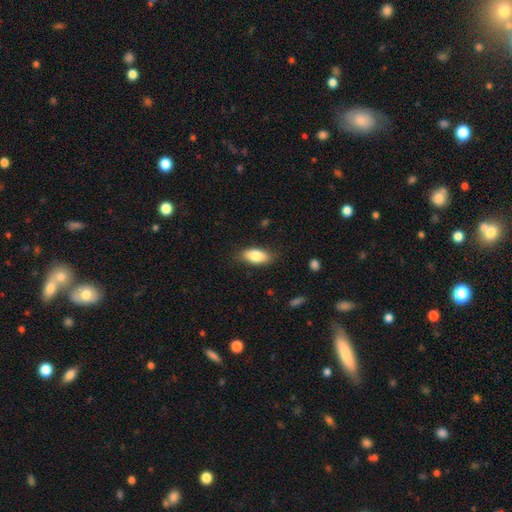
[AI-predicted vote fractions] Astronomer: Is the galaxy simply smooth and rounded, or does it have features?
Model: smooth — 82%.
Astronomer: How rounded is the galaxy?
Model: in between — 88%.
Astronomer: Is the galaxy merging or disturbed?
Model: none — 81%.